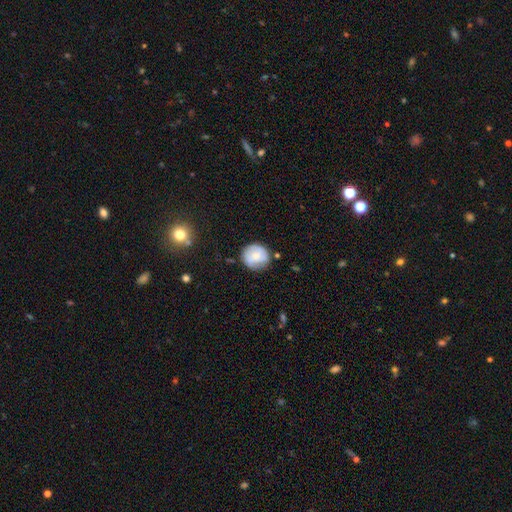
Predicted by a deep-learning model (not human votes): Q: Smooth or featured?
A: smooth (54%); runner-up: featured or disk (39%)
Q: How rounded?
A: round (86%); runner-up: in between (13%)
Q: Merging?
A: none (72%); runner-up: minor disturbance (20%)